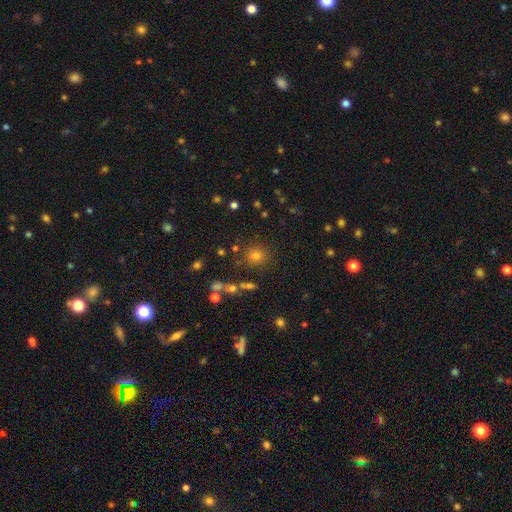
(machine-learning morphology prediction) Smooth or featured?
  - smooth: 67% *
  - star or artifact: 26%
  - featured or disk: 8%
How rounded?
  - round: 88% *
  - in between: 11%
  - cigar-shaped: 1%
Merging?
  - none: 82% *
  - minor disturbance: 9%
  - merger: 5%
  - major disturbance: 4%